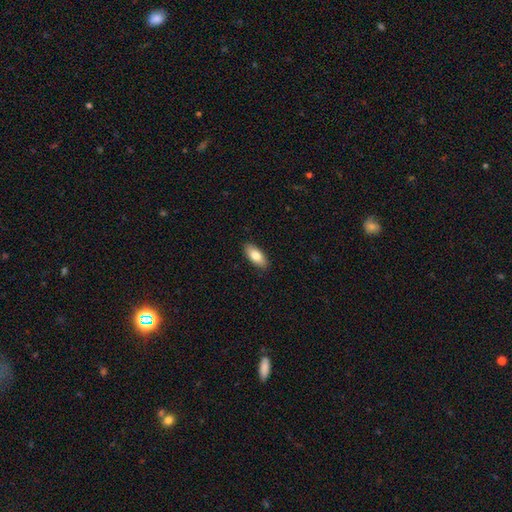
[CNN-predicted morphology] The model was most divided on "smooth or featured": smooth: 80%, featured or disk: 13%, star or artifact: 6%. More confident: merging — none (89%); how rounded — in between (87%).